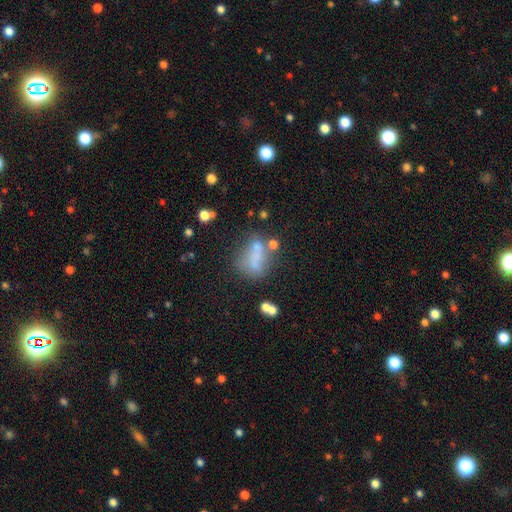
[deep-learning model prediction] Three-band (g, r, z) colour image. It shows a smooth galaxy with no disk features (53%) that is in between round and cigar-shaped (66%). Merging: none (36%).